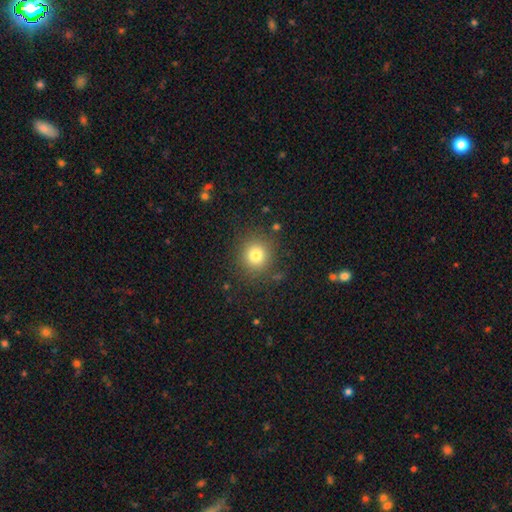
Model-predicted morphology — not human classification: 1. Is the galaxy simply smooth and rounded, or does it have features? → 80% smooth, 13% star or artifact, 7% featured or disk.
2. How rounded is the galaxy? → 91% round, 8% in between, 1% cigar-shaped.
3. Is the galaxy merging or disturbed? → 87% none, 8% minor disturbance, 4% major disturbance, 2% merger.